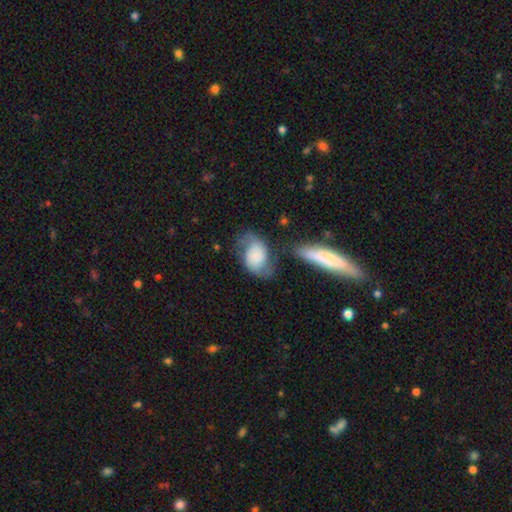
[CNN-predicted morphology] type=smooth (48%); merging=none (43%).